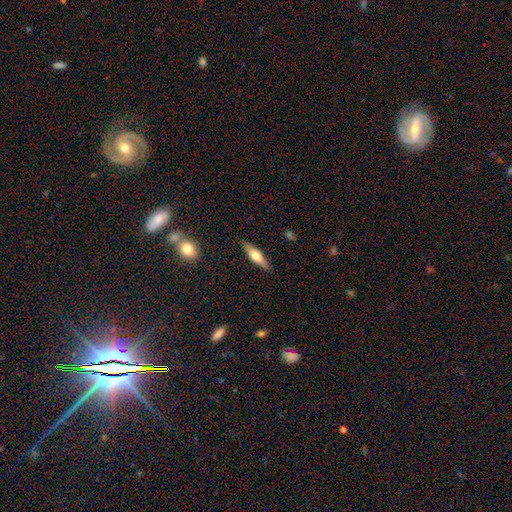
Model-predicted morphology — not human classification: type=smooth (48%); merging=none (88%).